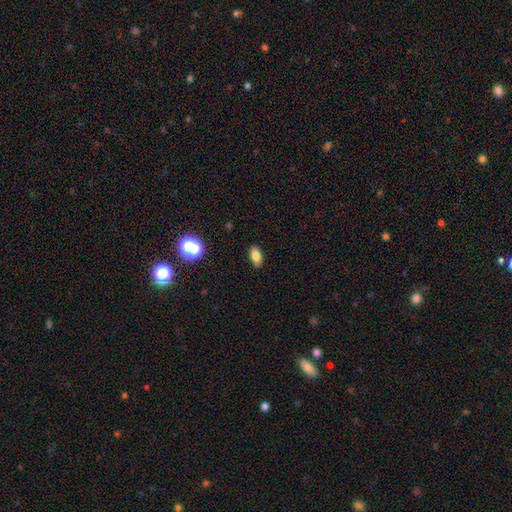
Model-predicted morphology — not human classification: smooth_or_featured: smooth (p=0.80) [alt: star or artifact p=0.11]
how_rounded: in between (p=0.87) [alt: cigar-shaped p=0.07]
merging: none (p=0.86) [alt: minor disturbance p=0.10]